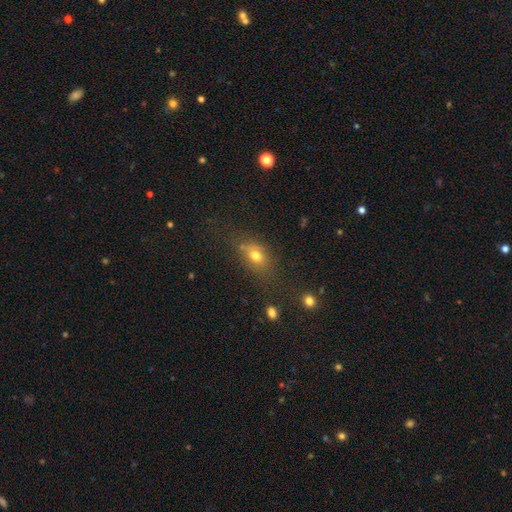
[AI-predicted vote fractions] smooth 71%, star or artifact 15%, featured or disk 15%. Down the decision tree: how rounded — in between (68%); merging — none (61%).